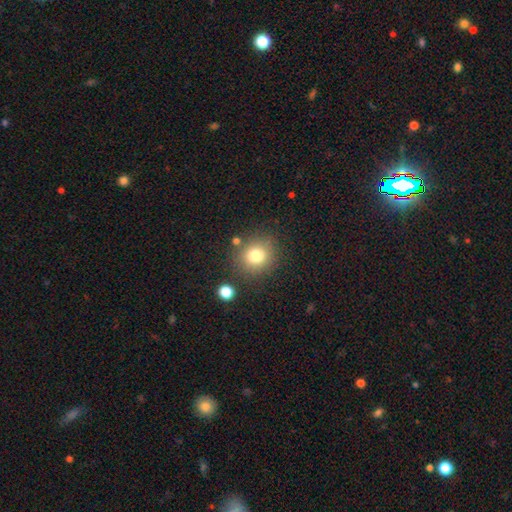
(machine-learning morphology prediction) Smooth or featured? smooth (79%)
How rounded? round (84%)
Merging? none (80%)